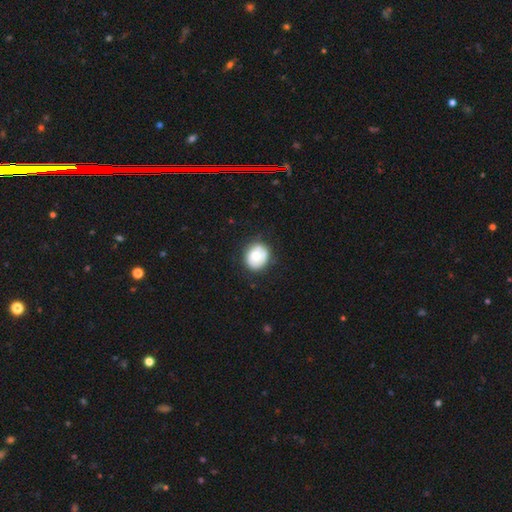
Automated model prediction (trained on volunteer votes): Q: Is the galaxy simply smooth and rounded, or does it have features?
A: smooth — 67%.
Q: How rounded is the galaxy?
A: round — 74%.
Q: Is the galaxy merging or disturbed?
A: none — 72%.